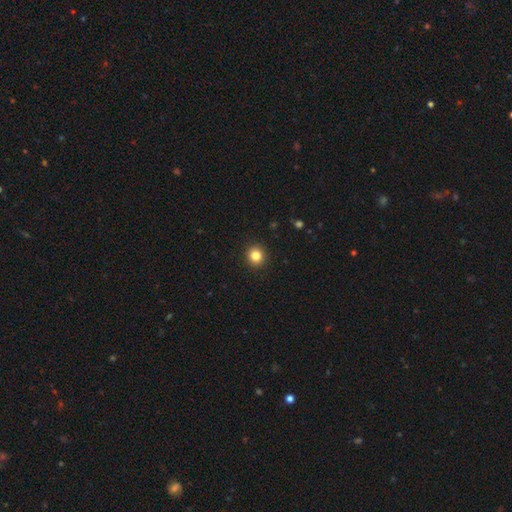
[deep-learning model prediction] Q: Smooth or featured?
A: smooth (83%); runner-up: star or artifact (11%)
Q: How rounded?
A: round (91%); runner-up: in between (8%)
Q: Merging?
A: none (93%); runner-up: minor disturbance (5%)